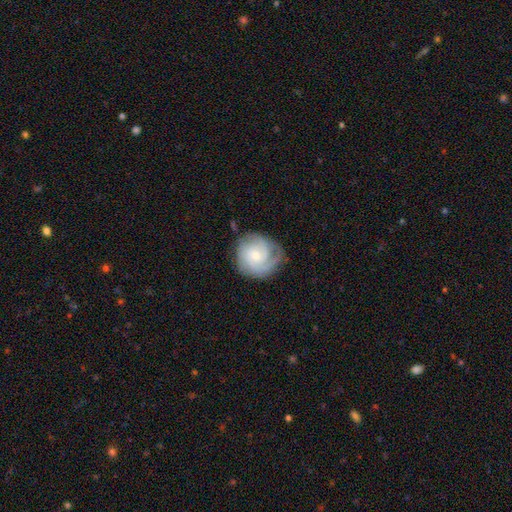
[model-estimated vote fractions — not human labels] Smooth or featured: featured or disk — 75% (smooth — 19%)
Edge-on disk: no — 98% (yes — 2%)
Bar: no — 73% (weak — 24%)
Spiral arms: yes — 95% (no — 5%)
Spiral winding: tight — 64% (medium — 28%)
Spiral arm count: 3 — 31% (can't tell — 25%)
Bulge size: small — 58% (moderate — 37%)
Merging: none — 71% (minor disturbance — 19%)